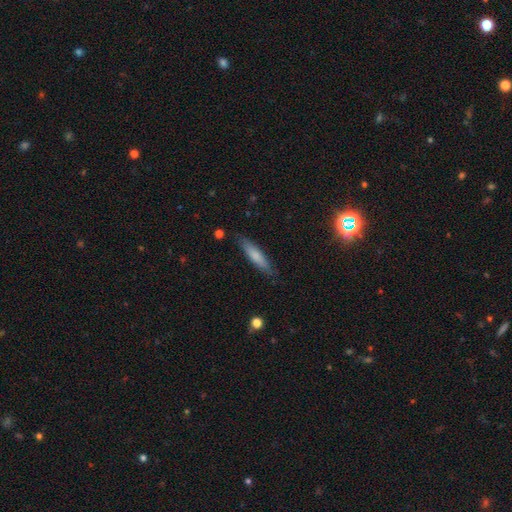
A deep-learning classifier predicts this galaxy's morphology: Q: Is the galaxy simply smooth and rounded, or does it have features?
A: smooth — 71%.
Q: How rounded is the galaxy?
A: cigar-shaped — 82%.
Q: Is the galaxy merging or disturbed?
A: none — 84%.